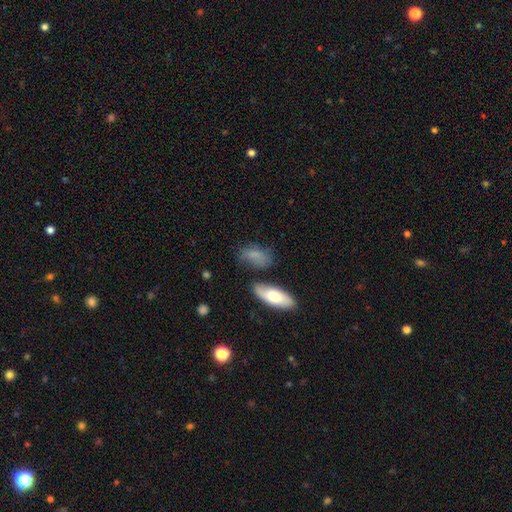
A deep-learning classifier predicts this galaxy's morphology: smooth-or-featured: smooth: 76% | featured or disk: 14% | star or artifact: 9%
  how-rounded: in between: 85% | round: 8% | cigar-shaped: 7%
  merging: none: 58% | minor disturbance: 24% | major disturbance: 9% | merger: 9%